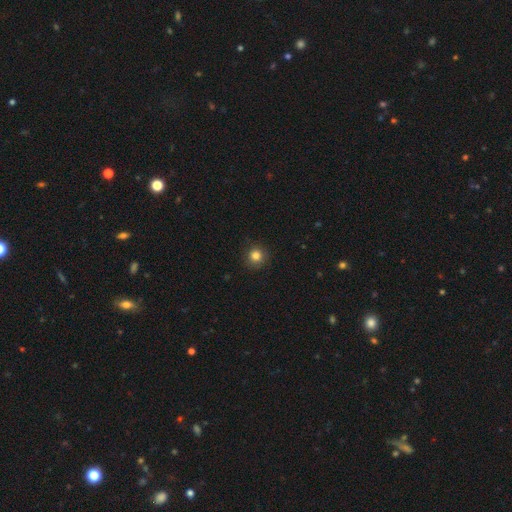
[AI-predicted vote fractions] This is clearly a smooth galaxy (83%). How rounded: clearly round (93%). Merging: clearly none (90%).